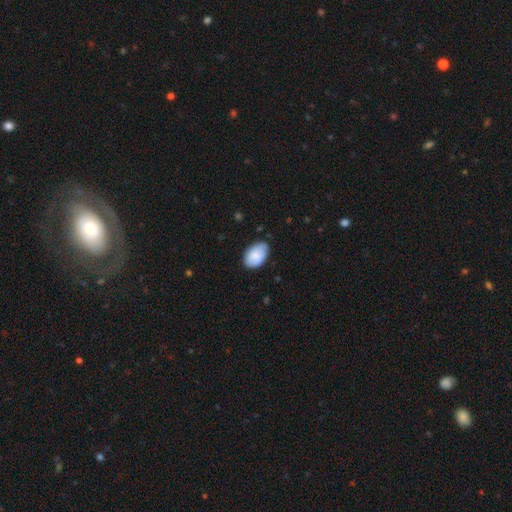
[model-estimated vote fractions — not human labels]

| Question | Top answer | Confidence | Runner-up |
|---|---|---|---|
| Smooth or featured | smooth | 84% | featured or disk (10%) |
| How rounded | in between | 89% | round (10%) |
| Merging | none | 74% | minor disturbance (22%) |